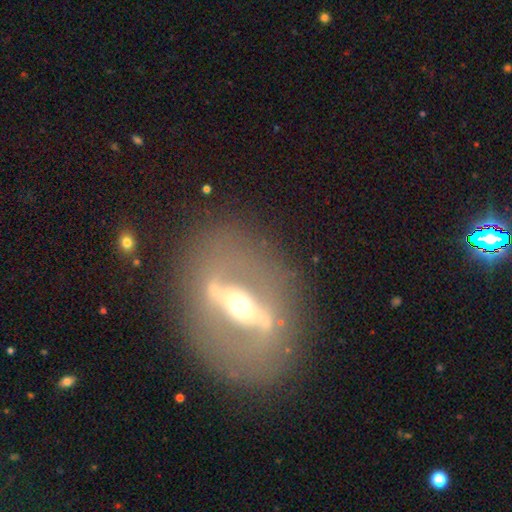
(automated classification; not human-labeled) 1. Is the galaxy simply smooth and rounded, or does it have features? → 81% featured or disk, 11% smooth, 8% star or artifact.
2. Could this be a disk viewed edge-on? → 58% no, 42% yes.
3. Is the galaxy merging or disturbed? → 82% none, 10% minor disturbance, 6% major disturbance, 2% merger.